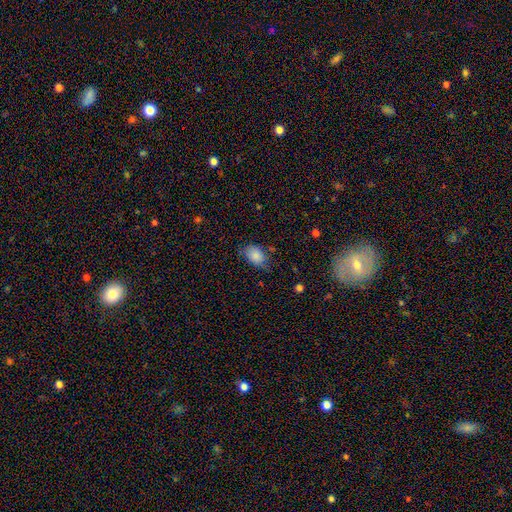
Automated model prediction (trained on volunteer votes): Morphology: type=smooth (84%); roundness=in between (82%); merging=none (63%).